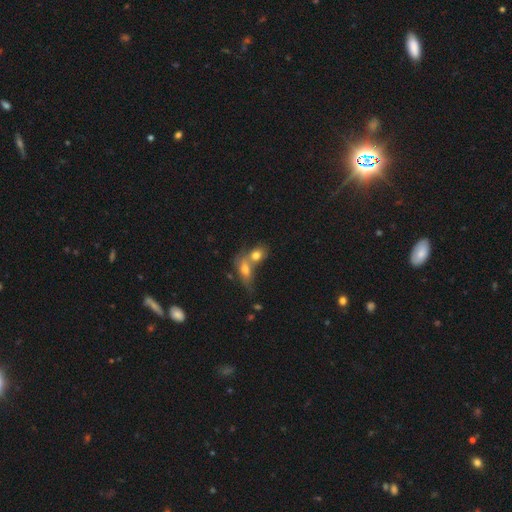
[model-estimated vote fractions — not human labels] Smooth or featured?
  - smooth: 72% *
  - featured or disk: 19%
  - star or artifact: 9%
How rounded?
  - in between: 68% *
  - round: 27%
  - cigar-shaped: 5%
Merging?
  - merger: 65% *
  - none: 24%
  - minor disturbance: 7%
  - major disturbance: 4%